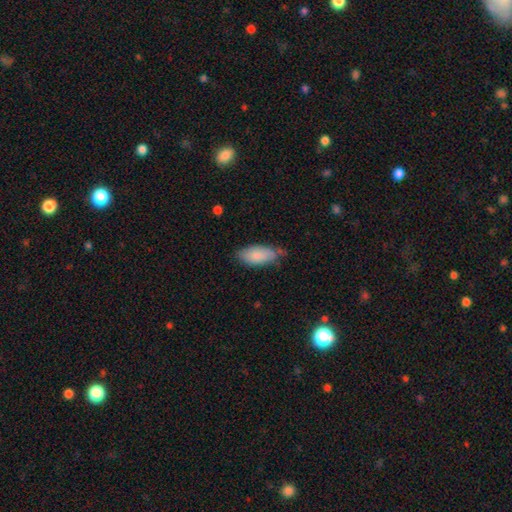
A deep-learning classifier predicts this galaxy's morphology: A smooth galaxy with no disk features (83%) that is in between round and cigar-shaped (86%). Merging: none (65%).